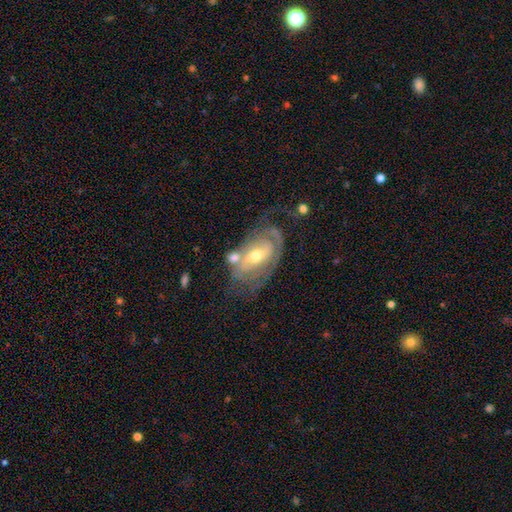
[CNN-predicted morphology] Smooth or featured?
  - featured or disk: 80% *
  - smooth: 14%
  - star or artifact: 6%
Edge-on disk?
  - no: 94% *
  - yes: 6%
Bar?
  - no: 44% *
  - weak: 39%
  - strong: 18%
Spiral arms?
  - yes: 84% *
  - no: 16%
Spiral winding?
  - tight: 59% *
  - medium: 29%
  - loose: 12%
Spiral arm count?
  - 2: 40% *
  - can't tell: 35%
  - 1: 14%
  - 3: 7%
  - 4: 2%
  - more than 4: 2%
Bulge size?
  - moderate: 63% *
  - small: 31%
  - large: 4%
  - none: 1%
  - dominant: 1%
Merging?
  - none: 49% *
  - minor disturbance: 22%
  - major disturbance: 18%
  - merger: 11%